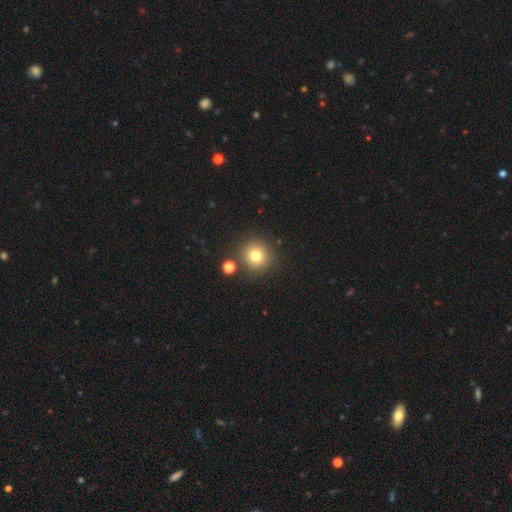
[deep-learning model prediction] This is likely a smooth galaxy (78%). How rounded: clearly round (92%). Merging: clearly none (85%).